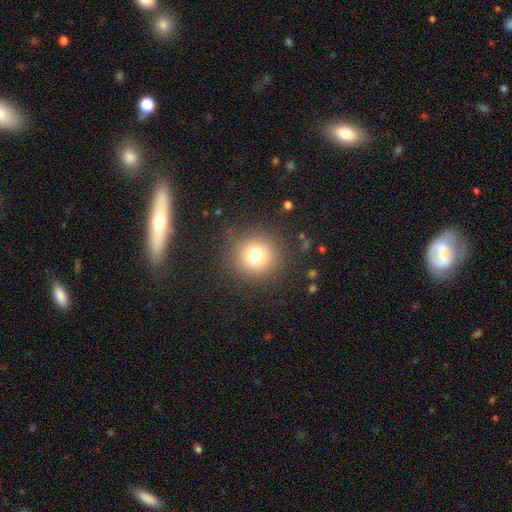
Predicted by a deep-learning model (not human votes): This appears to be a smooth galaxy with no disk features (75%) that is round (95%). Merging: none (87%).